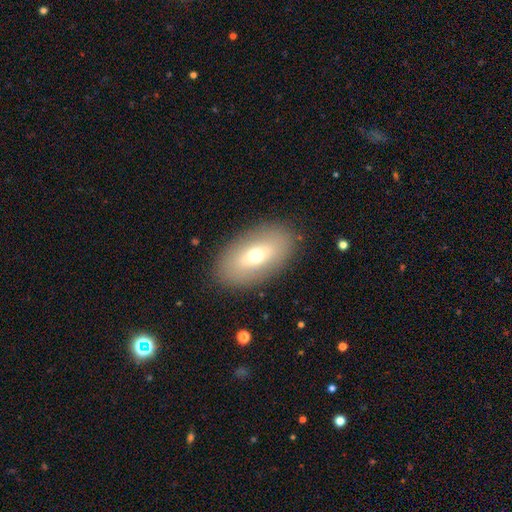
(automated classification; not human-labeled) This is likely a smooth galaxy (61%). How rounded: clearly in between (91%). Merging: clearly none (86%).